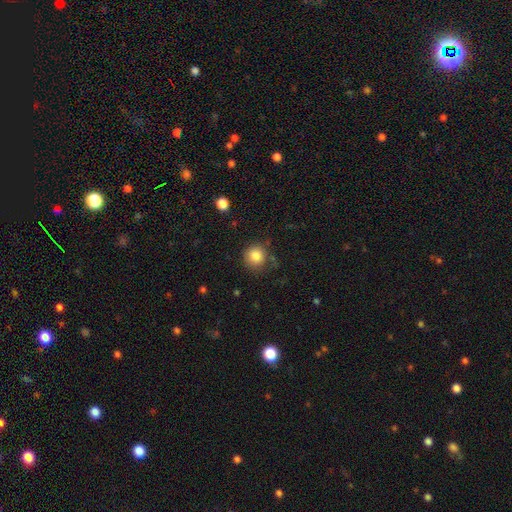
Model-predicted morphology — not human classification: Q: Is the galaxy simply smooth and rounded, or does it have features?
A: smooth — 83%.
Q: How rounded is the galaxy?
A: round — 91%.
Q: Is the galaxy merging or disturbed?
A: none — 79%.